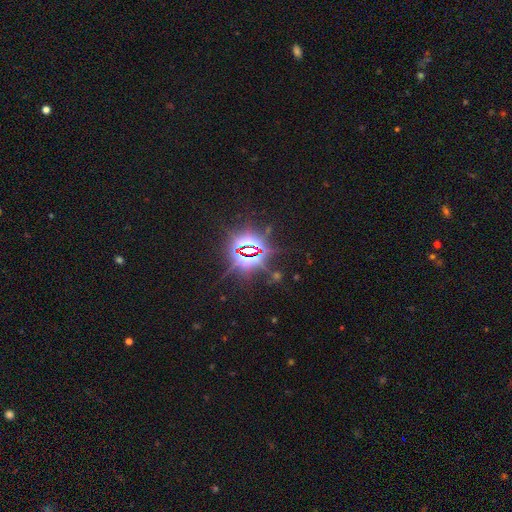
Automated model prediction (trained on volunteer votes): The model was most divided on "smooth or featured": star or artifact: 85%, smooth: 8%, featured or disk: 7%.